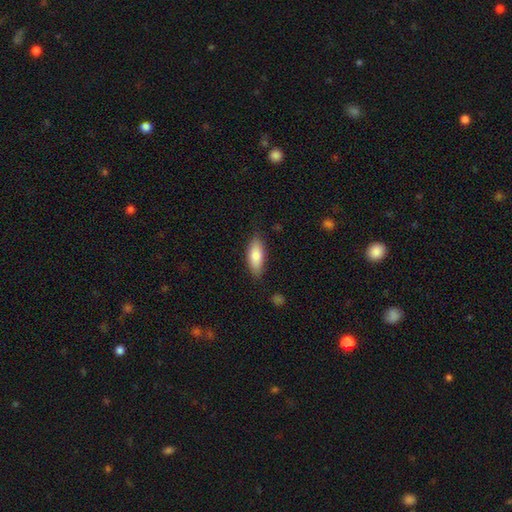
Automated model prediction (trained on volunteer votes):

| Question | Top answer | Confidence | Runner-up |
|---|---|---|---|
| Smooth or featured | smooth | 83% | featured or disk (11%) |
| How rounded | in between | 72% | cigar-shaped (26%) |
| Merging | none | 81% | minor disturbance (15%) |